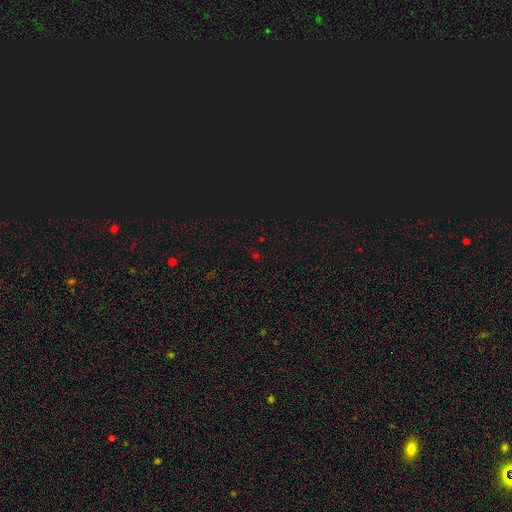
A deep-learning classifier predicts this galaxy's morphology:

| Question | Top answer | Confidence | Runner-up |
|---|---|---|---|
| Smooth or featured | star or artifact | 65% | smooth (28%) |